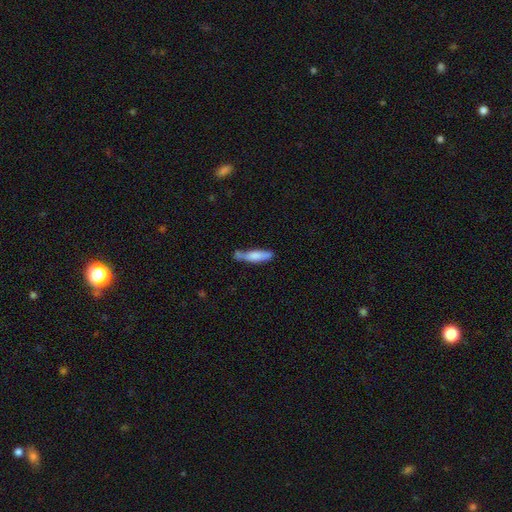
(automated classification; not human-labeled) Smooth or featured? smooth (72%)
How rounded? cigar-shaped (77%)
Merging? none (53%)